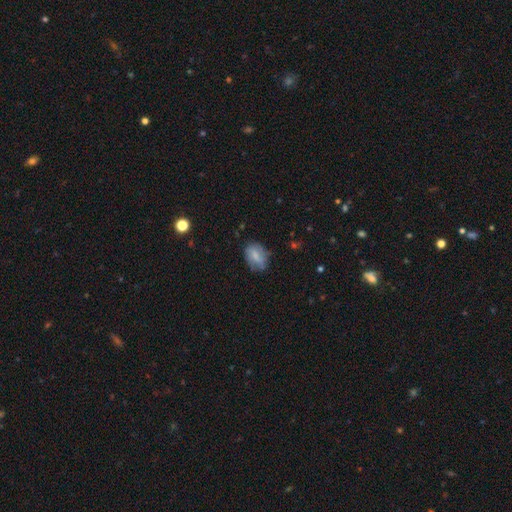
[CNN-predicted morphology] smooth 72%, featured or disk 19%, star or artifact 8%. Down the decision tree: how rounded — in between (76%); merging — none (60%).